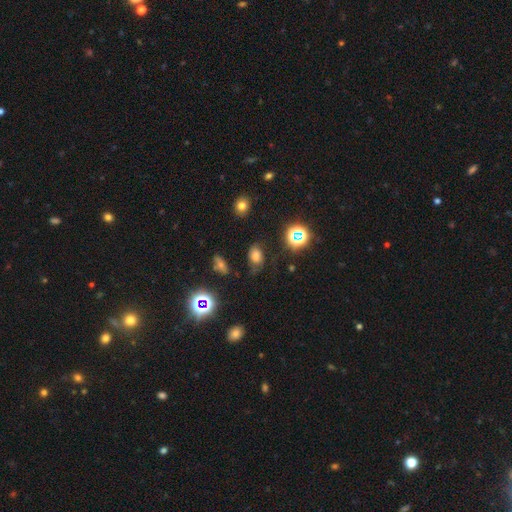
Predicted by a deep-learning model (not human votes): Smooth or featured: smooth — 62% (star or artifact — 25%)
How rounded: in between — 80% (round — 19%)
Merging: none — 62% (minor disturbance — 24%)